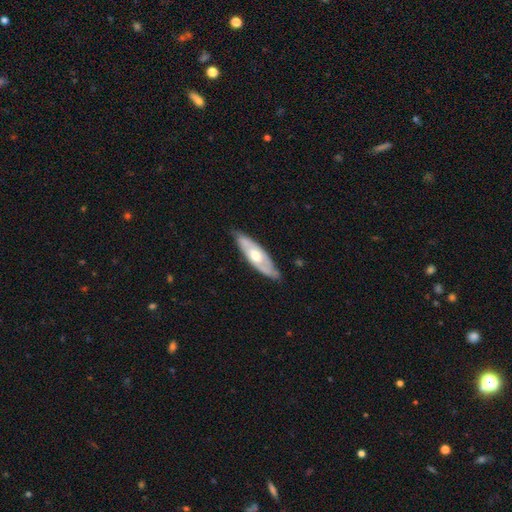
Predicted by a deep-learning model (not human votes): Q: Smooth or featured?
A: featured or disk (61%); runner-up: smooth (34%)
Q: Edge-on disk?
A: no (64%); runner-up: yes (36%)
Q: Merging?
A: none (78%); runner-up: minor disturbance (18%)